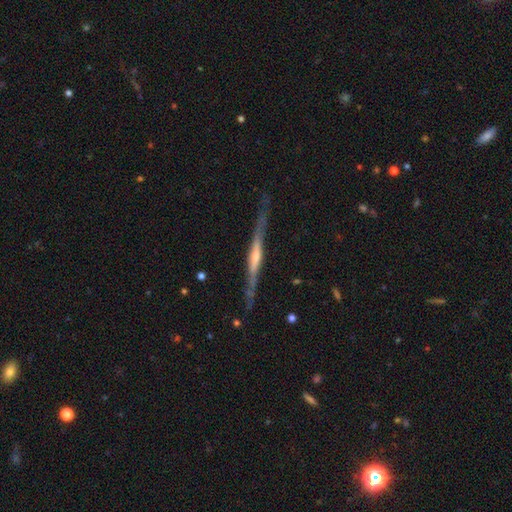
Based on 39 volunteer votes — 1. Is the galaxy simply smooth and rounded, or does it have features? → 82% featured or disk, 15% smooth, 3% star or artifact.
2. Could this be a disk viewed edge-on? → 100% yes, 0% no.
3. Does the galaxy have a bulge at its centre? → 47% rounded, 31% boxy, 22% none.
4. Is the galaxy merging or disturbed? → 74% none, 16% minor disturbance, 8% major disturbance, 3% merger.